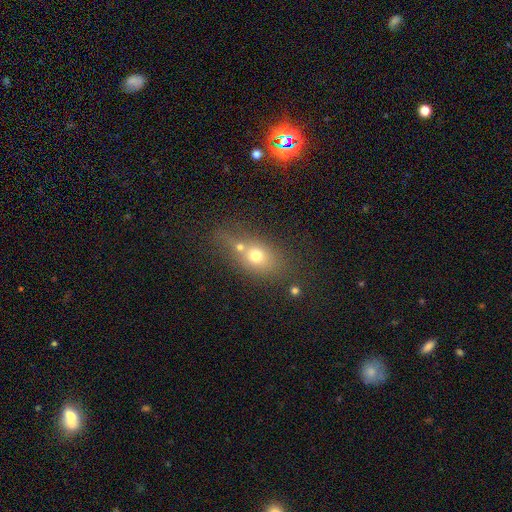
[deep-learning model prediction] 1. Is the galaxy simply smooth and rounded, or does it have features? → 66% smooth, 20% featured or disk, 14% star or artifact.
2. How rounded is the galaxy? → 56% in between, 40% round, 4% cigar-shaped.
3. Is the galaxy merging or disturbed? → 46% merger, 37% none, 11% minor disturbance, 7% major disturbance.